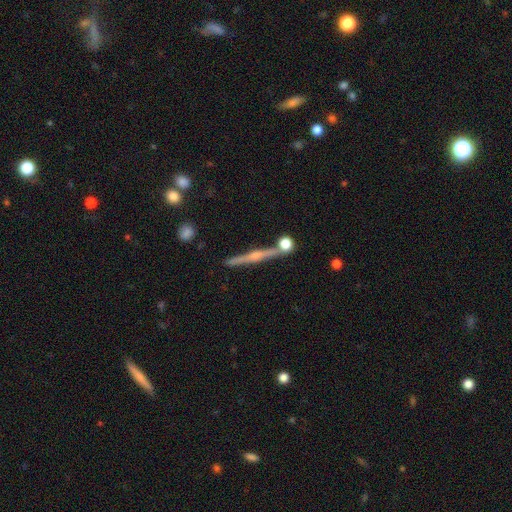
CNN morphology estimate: featured or disk 75%, smooth 18%, star or artifact 7%. Down the decision tree: edge-on disk — yes (98%); edge-on bulge — rounded (81%); merging — none (84%).